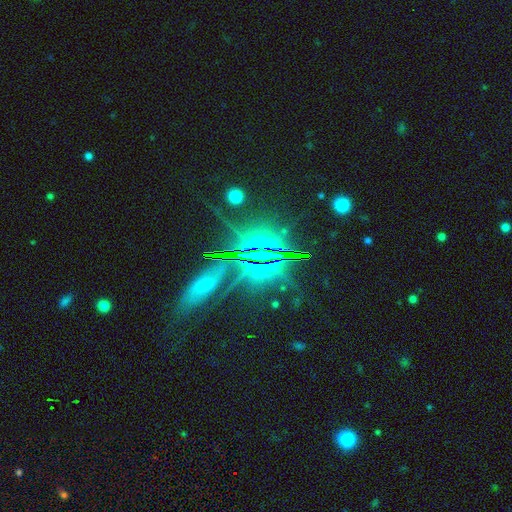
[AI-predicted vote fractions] star or artifact 77%, featured or disk 13%, smooth 10%.